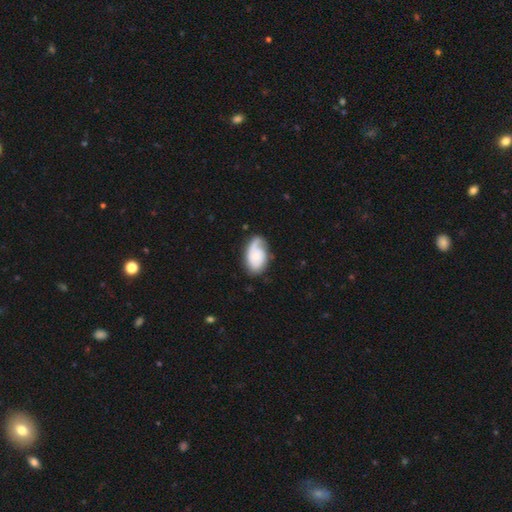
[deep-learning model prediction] Smooth or featured? Predicted: featured or disk (p=0.63). Edge-on disk? Predicted: no (p=0.96). Bar? Predicted: no (p=0.71). Spiral arms? Predicted: yes (p=0.90). Spiral winding? Predicted: tight (p=0.47). Spiral arm count? Predicted: 1 (p=0.40). Bulge size? Predicted: small (p=0.57). Merging? Predicted: none (p=0.61).